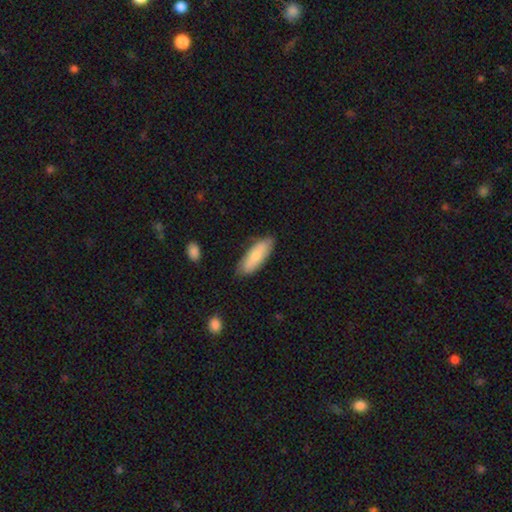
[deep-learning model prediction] Morphology: type=smooth (76%); roundness=in between (69%); merging=none (79%).